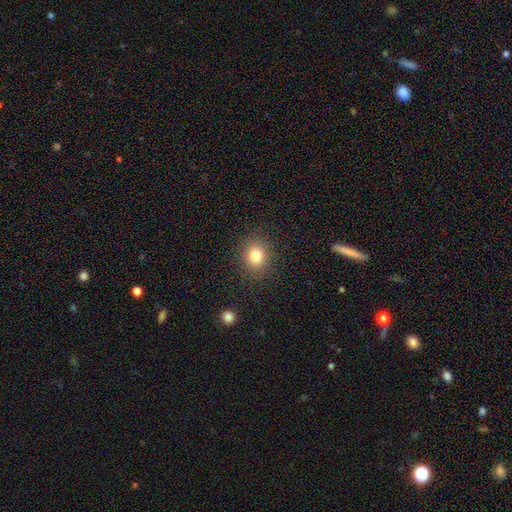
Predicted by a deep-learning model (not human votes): Morphology: type=smooth (80%); roundness=round (70%); merging=none (88%).